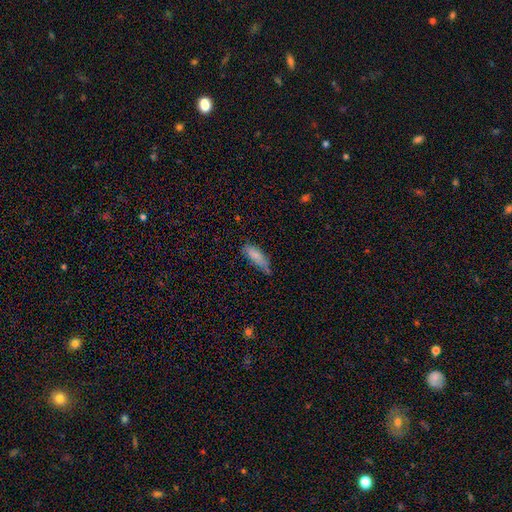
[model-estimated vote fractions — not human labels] A smooth galaxy with no disk features (80%) that is in between round and cigar-shaped (61%).

Vote fractions:
- Smooth or featured? smooth: 80% / featured or disk: 12% / star or artifact: 8%
- How rounded? in between: 61% / cigar-shaped: 37% / round: 2%
- Merging? none: 52% / minor disturbance: 35% / major disturbance: 8% / merger: 5%